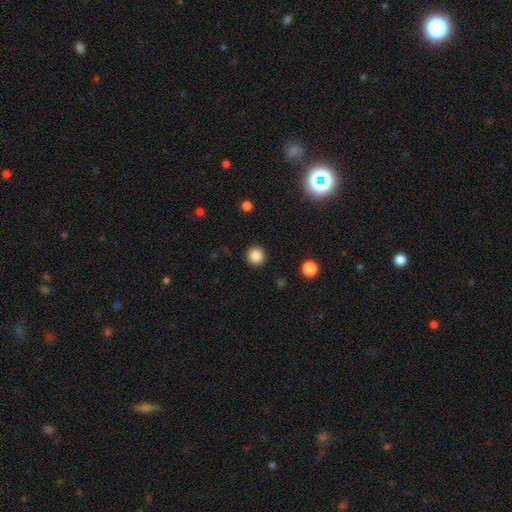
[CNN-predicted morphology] Smooth or featured? Predicted: smooth (p=0.85). How rounded? Predicted: round (p=0.95). Merging? Predicted: none (p=0.92).